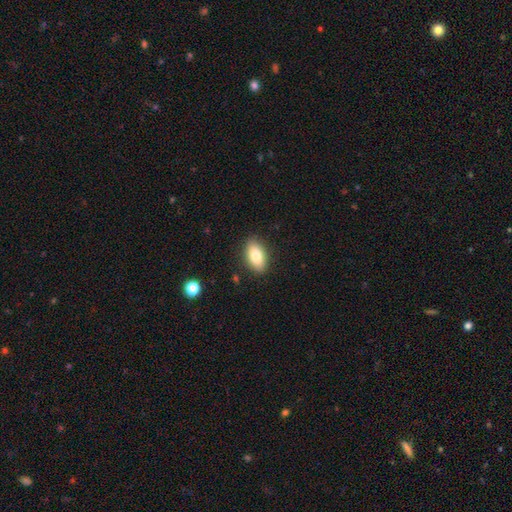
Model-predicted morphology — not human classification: Overall: smooth (82%). How rounded: in between (90%). Merging: none (87%).